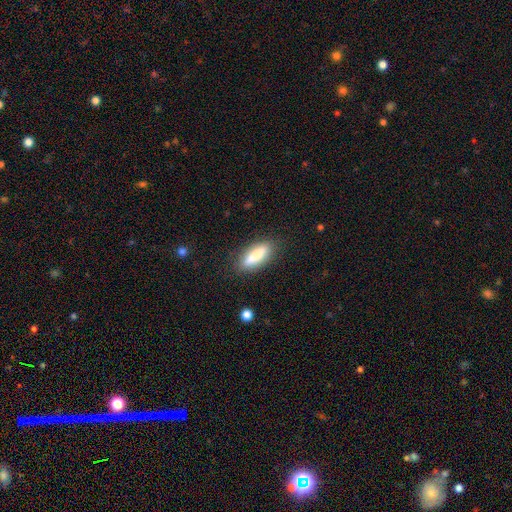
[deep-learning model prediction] A smooth galaxy with no disk features (78%) that is cigar-shaped (51%).

Vote fractions:
- Smooth or featured? smooth: 78% / featured or disk: 15% / star or artifact: 7%
- How rounded? cigar-shaped: 51% / in between: 47% / round: 2%
- Merging? none: 85% / minor disturbance: 11% / major disturbance: 3% / merger: 2%